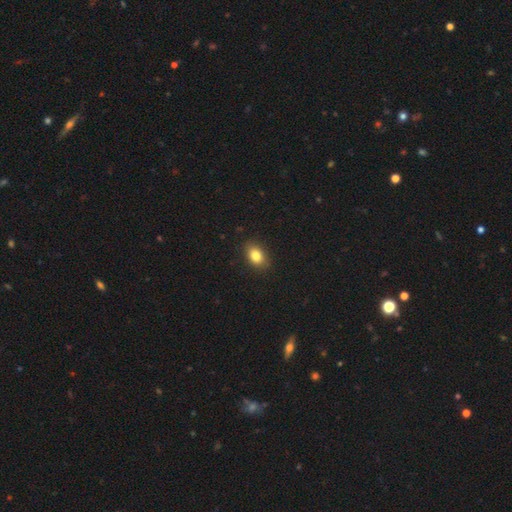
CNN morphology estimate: The model was most divided on "how rounded": in between: 79%, round: 20%, cigar-shaped: 2%. More confident: merging — none (87%); smooth or featured — smooth (84%).